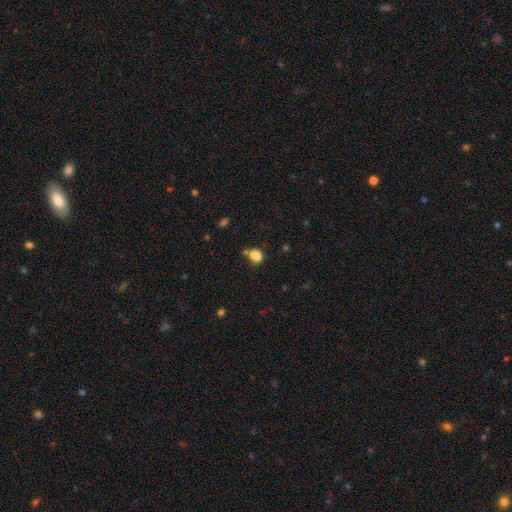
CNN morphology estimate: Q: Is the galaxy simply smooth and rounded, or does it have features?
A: smooth — 83%.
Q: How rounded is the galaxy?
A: in between — 51%.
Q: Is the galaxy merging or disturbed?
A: none — 52%.